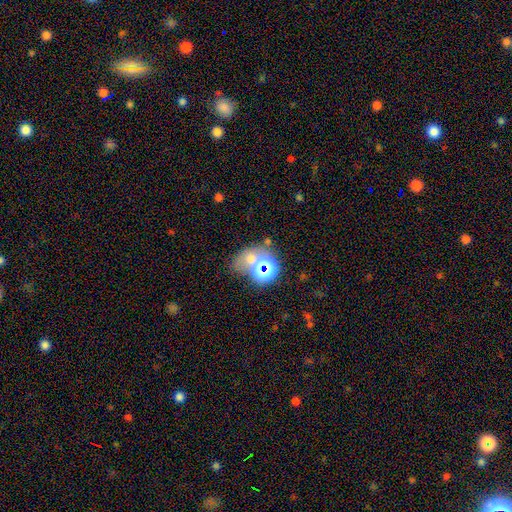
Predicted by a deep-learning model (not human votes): A star or artifact, not a galaxy (64%).

Vote fractions:
- Smooth or featured? star or artifact: 64% / smooth: 23% / featured or disk: 14%